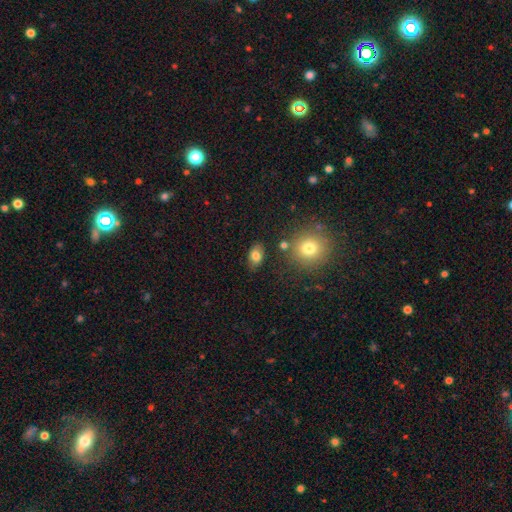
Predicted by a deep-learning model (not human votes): A smooth galaxy with no disk features (80%) that is in between round and cigar-shaped (84%).

Vote fractions:
- Smooth or featured? smooth: 80% / featured or disk: 10% / star or artifact: 10%
- How rounded? in between: 84% / round: 14% / cigar-shaped: 2%
- Merging? none: 81% / minor disturbance: 12% / merger: 4% / major disturbance: 3%